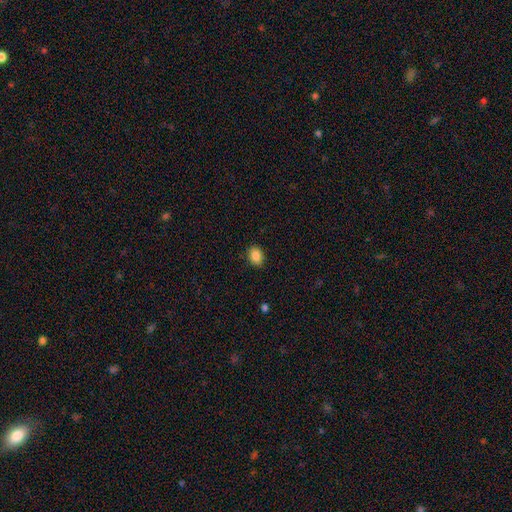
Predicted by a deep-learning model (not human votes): smooth 87%, star or artifact 9%, featured or disk 4%. Down the decision tree: how rounded — in between (67%); merging — none (86%).